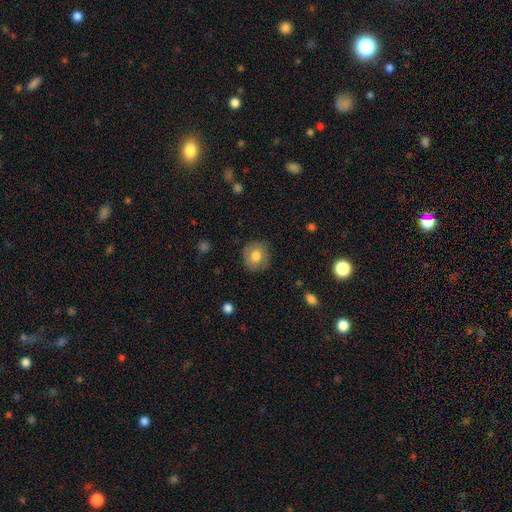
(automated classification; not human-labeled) Morphology: type=smooth (71%); roundness=round (77%); merging=none (81%).